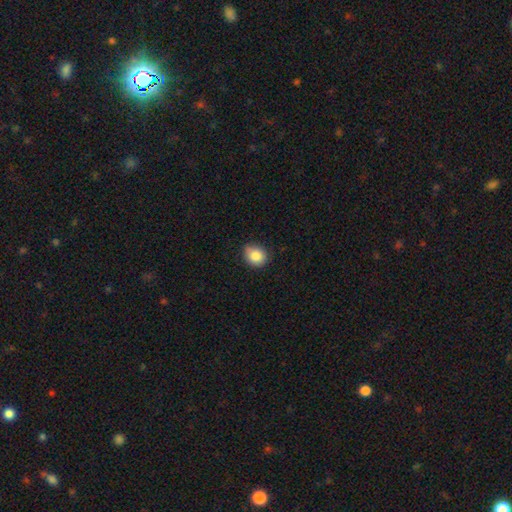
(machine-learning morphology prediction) Smooth or featured? smooth (85%)
How rounded? round (68%)
Merging? none (70%)